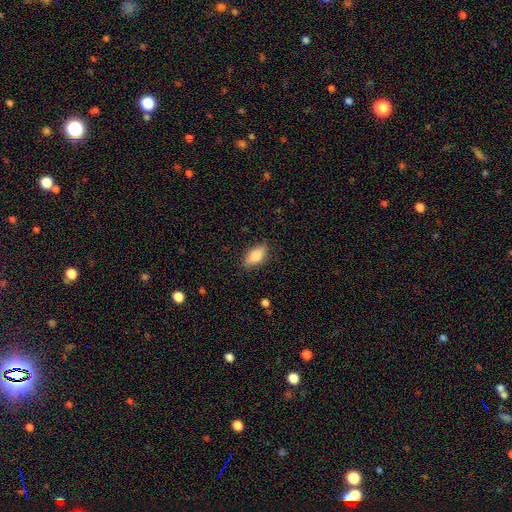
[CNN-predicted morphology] The model was most divided on "smooth or featured": smooth: 81%, featured or disk: 12%, star or artifact: 7%. More confident: how rounded — in between (89%); merging — none (84%).